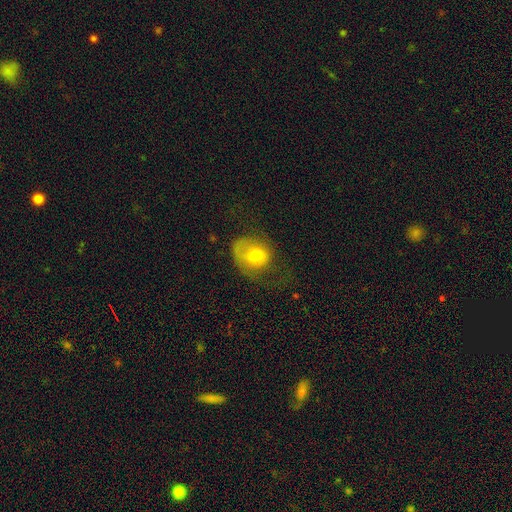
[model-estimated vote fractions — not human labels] Smooth or featured?
  - smooth: 61% *
  - featured or disk: 31%
  - star or artifact: 9%
How rounded?
  - round: 56% *
  - in between: 43%
  - cigar-shaped: 1%
Merging?
  - major disturbance: 41% *
  - none: 33%
  - minor disturbance: 23%
  - merger: 3%